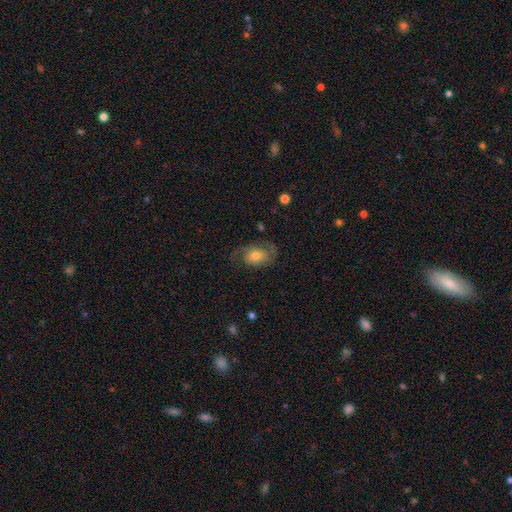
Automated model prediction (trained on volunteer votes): A featured or disk galaxy (55%) with no bar (74%), spiral arms (83%) and a moderate central bulge (60%).

Vote fractions:
- Smooth or featured? featured or disk: 55% / smooth: 37% / star or artifact: 8%
- Edge-on disk? no: 95% / yes: 5%
- Bar? no: 74% / weak: 22% / strong: 5%
- Spiral arms? yes: 83% / no: 17%
- Bulge size? moderate: 60% / small: 28% / large: 8% / none: 2% / dominant: 2%
- Merging? none: 59% / minor disturbance: 22% / major disturbance: 17% / merger: 2%